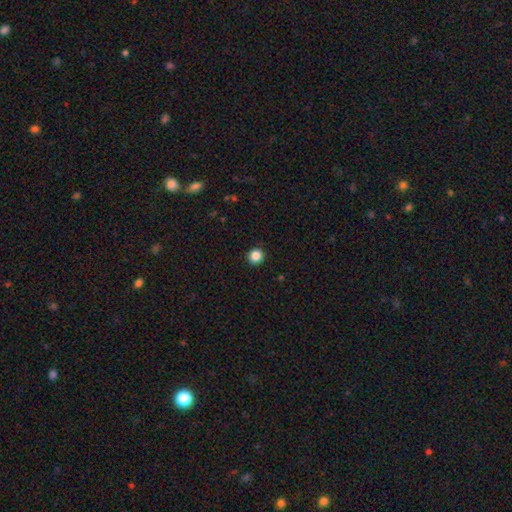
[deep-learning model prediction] The model was most divided on "smooth or featured": smooth: 86%, star or artifact: 11%, featured or disk: 3%. More confident: merging — none (93%); how rounded — round (92%).